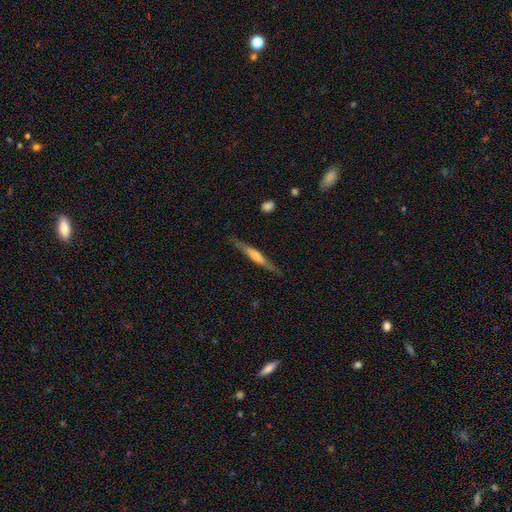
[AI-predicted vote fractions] Smooth or featured: featured or disk — 54% (smooth — 41%)
Edge-on disk: yes — 92% (no — 8%)
Merging: none — 81% (minor disturbance — 14%)